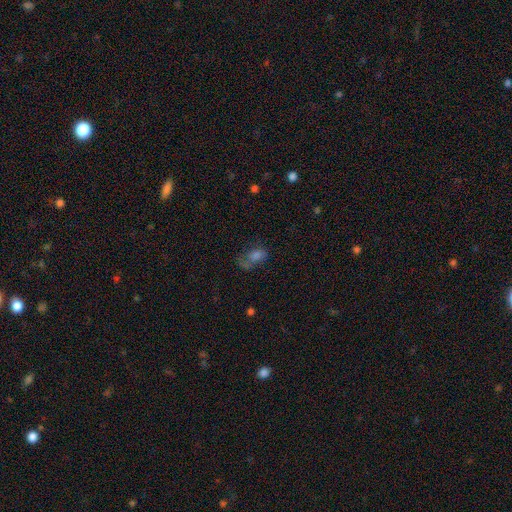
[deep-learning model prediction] Smooth or featured? smooth (55%)
How rounded? in between (77%)
Merging? none (37%)